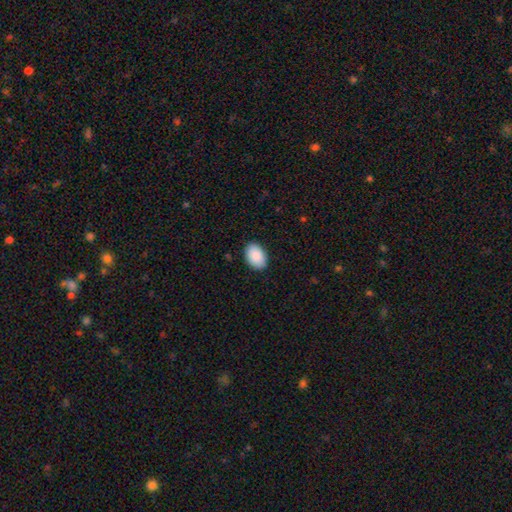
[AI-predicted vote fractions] A smooth galaxy with no disk features (91%) that is in between round and cigar-shaped (87%).

Vote fractions:
- Smooth or featured? smooth: 91% / star or artifact: 6% / featured or disk: 3%
- How rounded? in between: 87% / round: 12% / cigar-shaped: 1%
- Merging? none: 89% / minor disturbance: 8% / major disturbance: 2% / merger: 1%